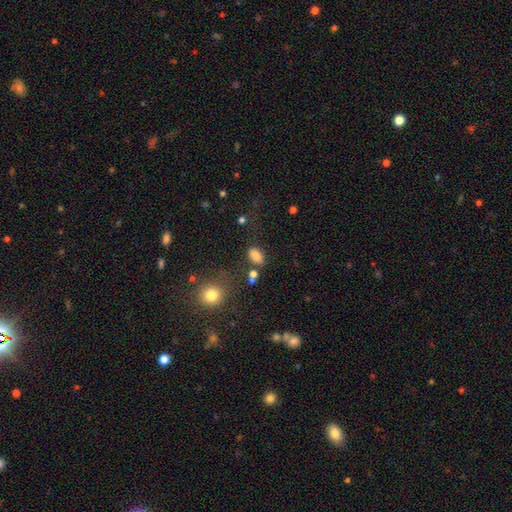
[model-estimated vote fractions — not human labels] smooth-or-featured: smooth: 82% | star or artifact: 11% | featured or disk: 7%
  how-rounded: in between: 88% | round: 9% | cigar-shaped: 3%
  merging: none: 73% | minor disturbance: 13% | merger: 8% | major disturbance: 6%